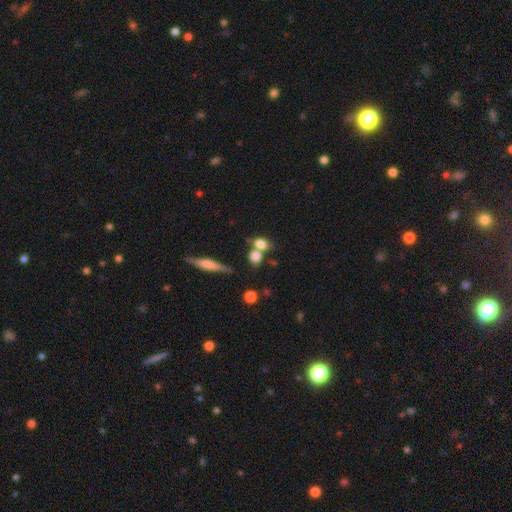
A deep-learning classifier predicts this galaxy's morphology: Q: Smooth or featured?
A: smooth (76%); runner-up: featured or disk (13%)
Q: How rounded?
A: in between (47%); runner-up: round (46%)
Q: Merging?
A: none (45%); runner-up: merger (39%)